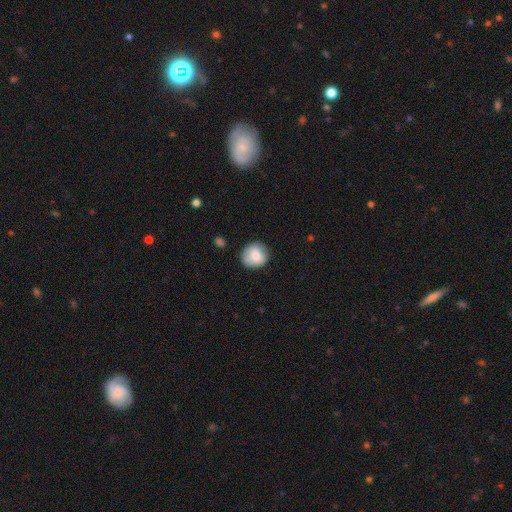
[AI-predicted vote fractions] smooth_or_featured: smooth (p=0.76) [alt: featured or disk p=0.16]
how_rounded: round (p=0.85) [alt: in between p=0.14]
merging: none (p=0.80) [alt: minor disturbance p=0.15]